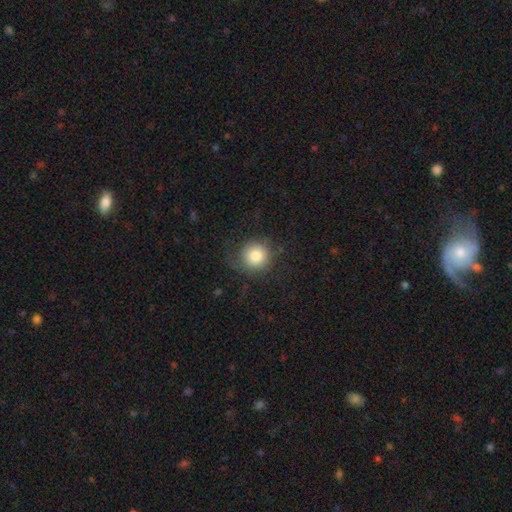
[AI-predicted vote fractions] This is likely a smooth galaxy (80%). How rounded: clearly round (92%). Merging: likely none (73%).